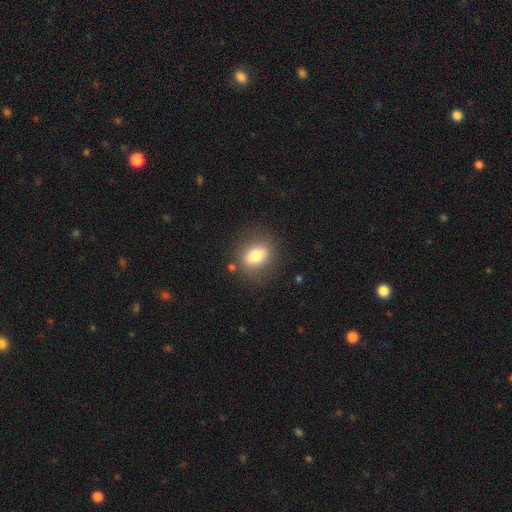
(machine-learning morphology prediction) Q: Smooth or featured?
A: smooth (74%); runner-up: featured or disk (17%)
Q: How rounded?
A: in between (58%); runner-up: round (40%)
Q: Merging?
A: none (82%); runner-up: minor disturbance (12%)